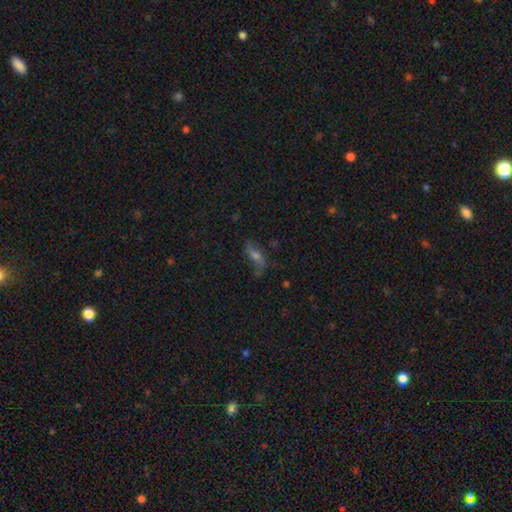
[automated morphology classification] Smooth or featured? Predicted: featured or disk (p=0.44). Merging? Predicted: none (p=0.65).